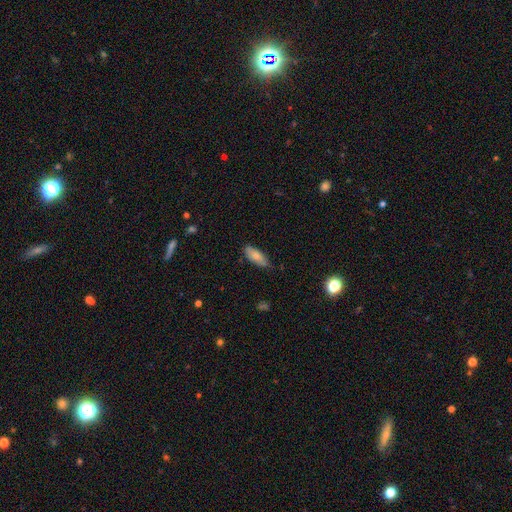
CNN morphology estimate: The model was most divided on "how rounded": in between: 72%, cigar-shaped: 26%, round: 2%. More confident: smooth or featured — smooth (80%); merging — none (73%).